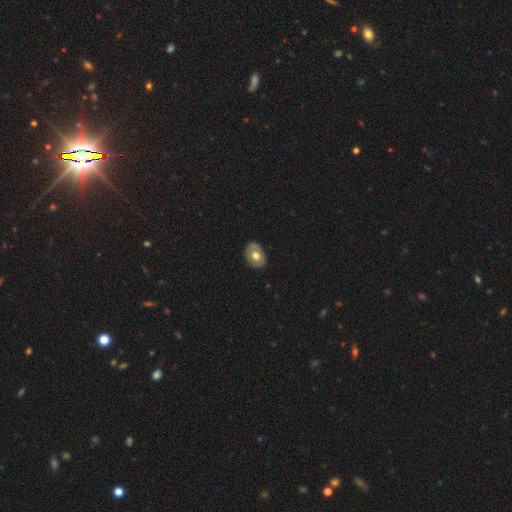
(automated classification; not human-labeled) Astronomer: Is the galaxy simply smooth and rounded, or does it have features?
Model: smooth — 53% (runner-up: featured or disk, 40%).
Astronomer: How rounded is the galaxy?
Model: in between — 67%.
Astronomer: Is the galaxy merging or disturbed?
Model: none — 81%.